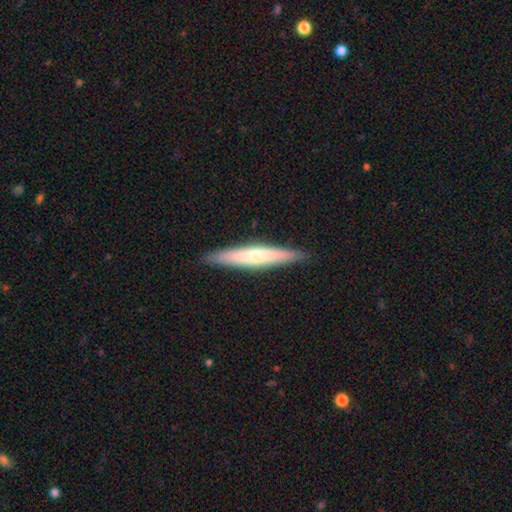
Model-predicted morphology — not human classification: Smooth or featured: smooth — 54% (featured or disk — 41%)
How rounded: cigar-shaped — 93% (in between — 6%)
Merging: none — 90% (minor disturbance — 7%)